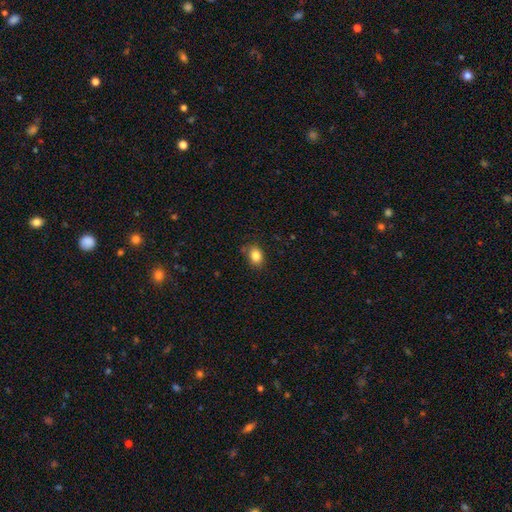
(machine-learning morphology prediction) Q: Smooth or featured?
A: smooth (84%); runner-up: star or artifact (10%)
Q: How rounded?
A: in between (66%); runner-up: round (33%)
Q: Merging?
A: none (80%); runner-up: minor disturbance (14%)